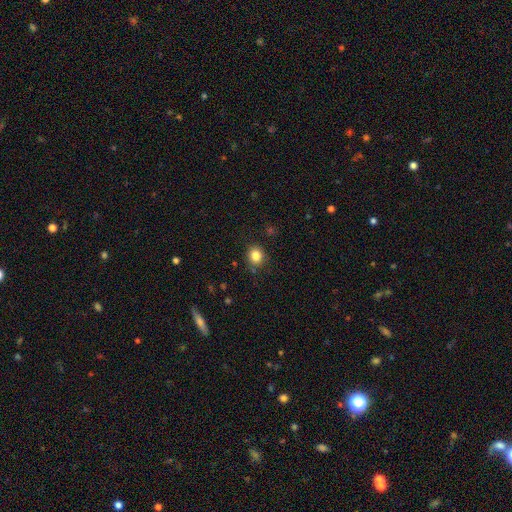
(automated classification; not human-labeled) This is clearly a smooth galaxy (83%). How rounded: clearly round (81%). Merging: clearly none (86%).